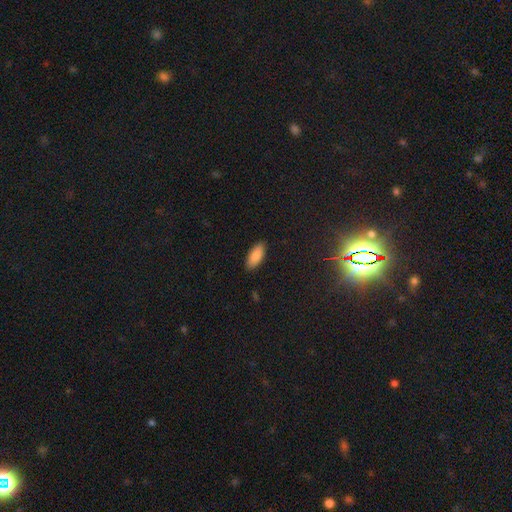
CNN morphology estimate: A smooth galaxy with no disk features (87%) that is in between round and cigar-shaped (86%). Merging: none (88%).